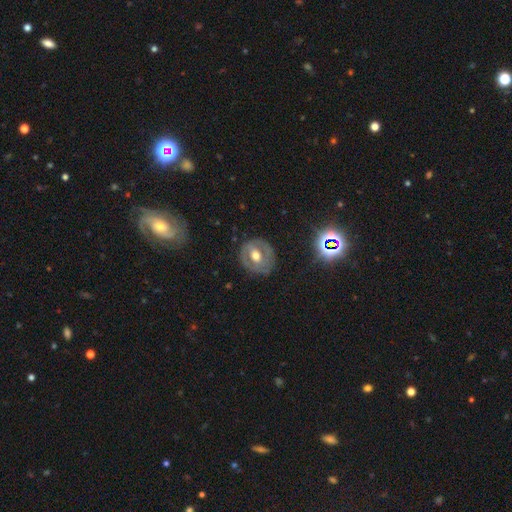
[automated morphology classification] Smooth or featured: featured or disk — 60% (smooth — 31%)
Edge-on disk: no — 95% (yes — 5%)
Bar: no — 46% (weak — 35%)
Spiral arms: no — 63% (yes — 37%)
Bulge size: moderate — 75% (large — 14%)
Merging: none — 79% (minor disturbance — 14%)